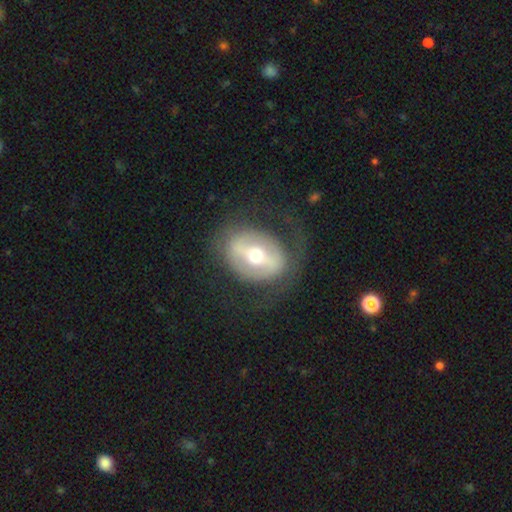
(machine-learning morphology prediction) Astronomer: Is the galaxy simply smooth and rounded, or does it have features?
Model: featured or disk — 64%.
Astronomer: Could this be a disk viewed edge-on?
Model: no — 91%.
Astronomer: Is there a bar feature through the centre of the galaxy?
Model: strong — 55%.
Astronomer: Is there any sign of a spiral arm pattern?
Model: no — 73%.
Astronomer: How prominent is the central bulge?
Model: moderate — 72%.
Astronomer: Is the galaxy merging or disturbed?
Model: none — 66%.